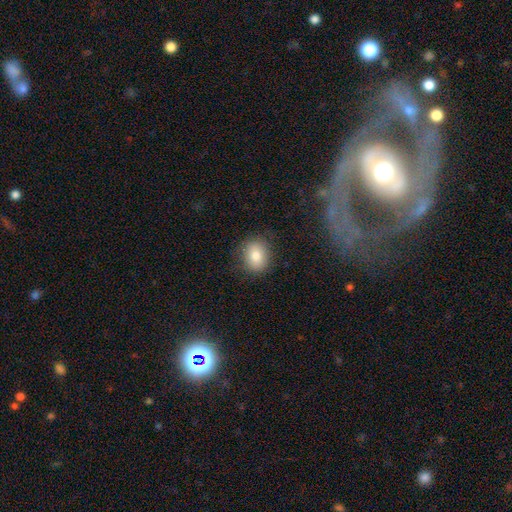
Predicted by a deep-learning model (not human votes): Smooth or featured: smooth — 82% (featured or disk — 10%)
How rounded: round — 52% (in between — 46%)
Merging: none — 84% (minor disturbance — 11%)